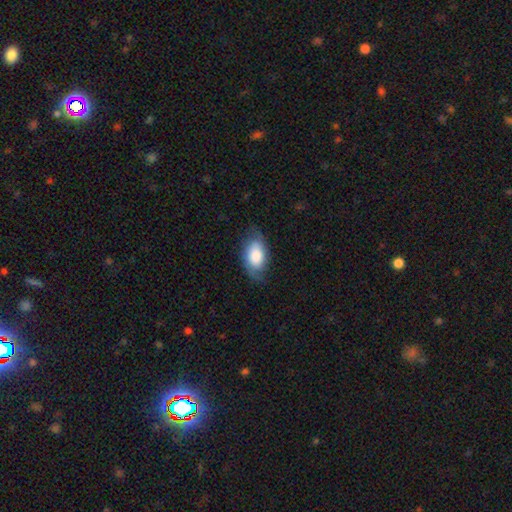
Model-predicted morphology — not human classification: smooth-or-featured: smooth: 66% | featured or disk: 27% | star or artifact: 7%
  how-rounded: in between: 92% | round: 6% | cigar-shaped: 2%
  merging: none: 66% | minor disturbance: 25% | major disturbance: 8% | merger: 1%